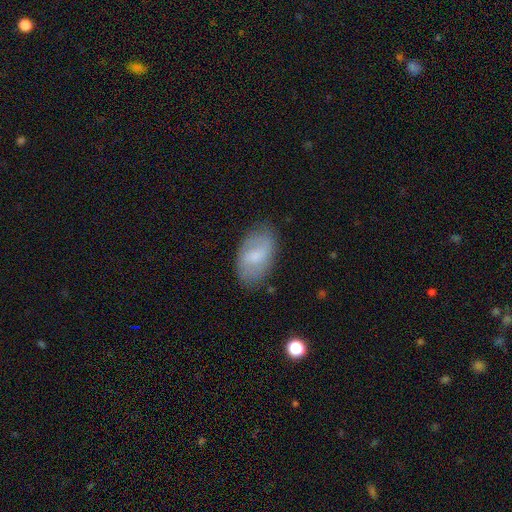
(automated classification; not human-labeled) Smooth or featured: smooth — 59% (featured or disk — 35%)
How rounded: in between — 93% (round — 5%)
Merging: none — 75% (minor disturbance — 19%)